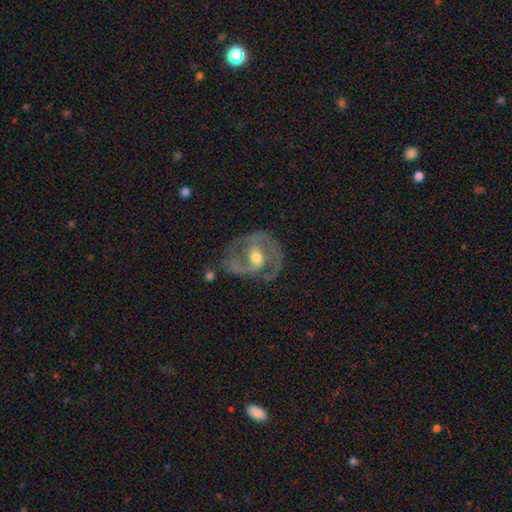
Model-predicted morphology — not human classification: A featured or disk galaxy (87%) with a weak bar (42%), 2 (83%) medium (52%) spiral arms (91%) and a moderate central bulge (71%).

Vote fractions:
- Smooth or featured? featured or disk: 87% / smooth: 8% / star or artifact: 5%
- Edge-on disk? no: 97% / yes: 3%
- Bar? weak: 42% / strong: 29% / no: 28%
- Spiral arms? yes: 91% / no: 9%
- Spiral winding? medium: 52% / tight: 35% / loose: 13%
- Spiral arm count? 2: 83% / can't tell: 6% / 1: 5% / 3: 3% / 4: 1% / more than 4: 1%
- Bulge size? moderate: 71% / small: 21% / large: 6% / none: 1% / dominant: 1%
- Merging? none: 69% / minor disturbance: 18% / major disturbance: 9% / merger: 3%